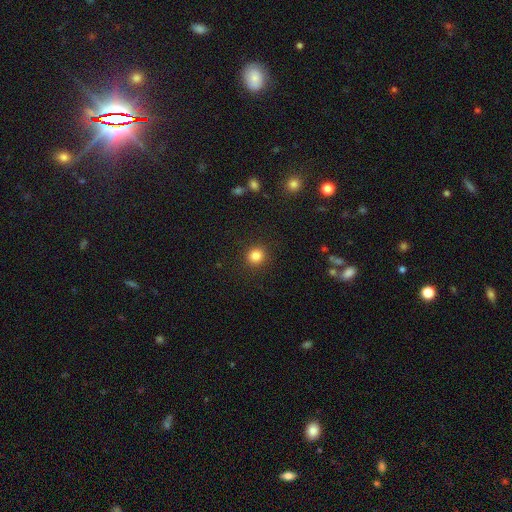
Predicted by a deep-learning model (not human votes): This appears to be a smooth galaxy with no disk features (84%) that is round (89%). Merging: none (91%).